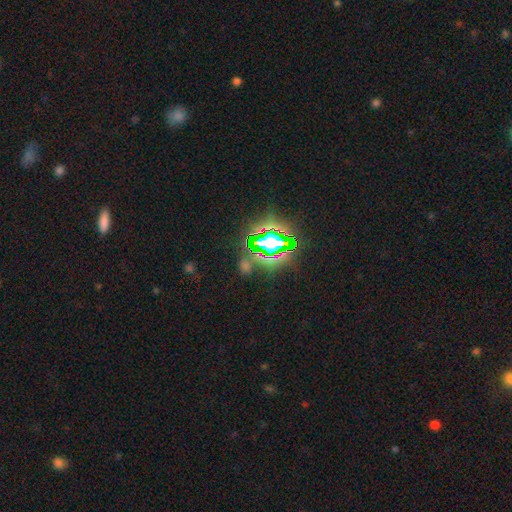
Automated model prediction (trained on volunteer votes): smooth_or_featured: star or artifact (p=0.81) [alt: smooth p=0.12]